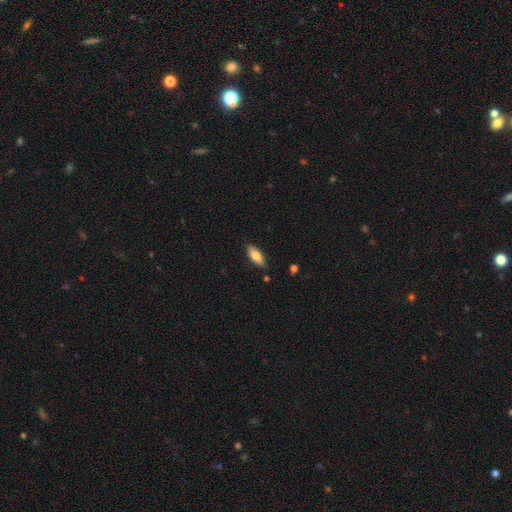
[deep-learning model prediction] smooth 79%, featured or disk 15%, star or artifact 6%. Down the decision tree: how rounded — in between (73%); merging — none (86%).